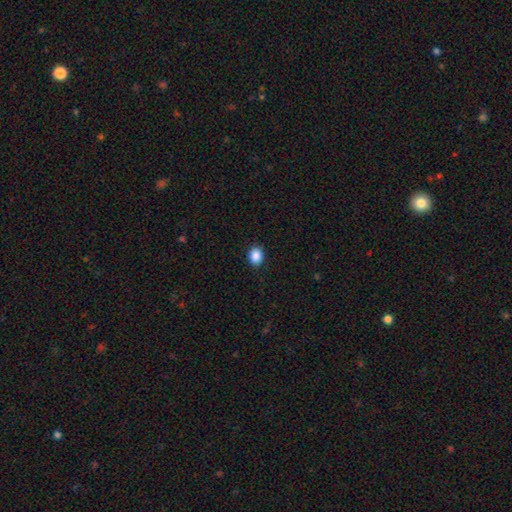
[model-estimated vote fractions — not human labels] A smooth galaxy with no disk features (88%) that is round (50%).

Vote fractions:
- Smooth or featured? smooth: 88% / star or artifact: 9% / featured or disk: 3%
- How rounded? round: 50% / in between: 49% / cigar-shaped: 1%
- Merging? none: 91% / minor disturbance: 7% / major disturbance: 2% / merger: 1%